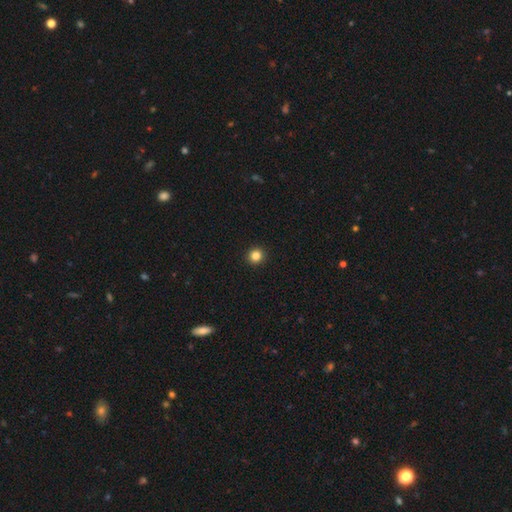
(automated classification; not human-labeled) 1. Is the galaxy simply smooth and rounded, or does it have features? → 84% smooth, 12% star or artifact, 4% featured or disk.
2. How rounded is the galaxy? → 94% round, 5% in between, 1% cigar-shaped.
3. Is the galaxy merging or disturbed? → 94% none, 4% minor disturbance, 1% major disturbance, 1% merger.